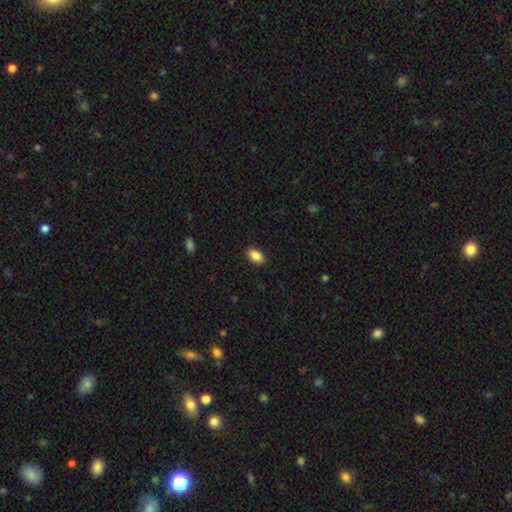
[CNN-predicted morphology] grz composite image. It shows a smooth galaxy with no disk features (87%) that is in between round and cigar-shaped (90%). Merging: none (89%).